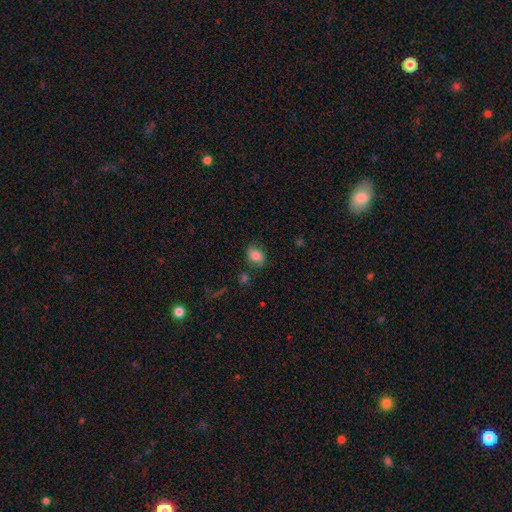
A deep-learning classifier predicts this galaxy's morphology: Smooth or featured?
  - smooth: 81% *
  - featured or disk: 10%
  - star or artifact: 9%
How rounded?
  - in between: 66% *
  - round: 33%
  - cigar-shaped: 1%
Merging?
  - none: 71% *
  - minor disturbance: 19%
  - major disturbance: 6%
  - merger: 4%